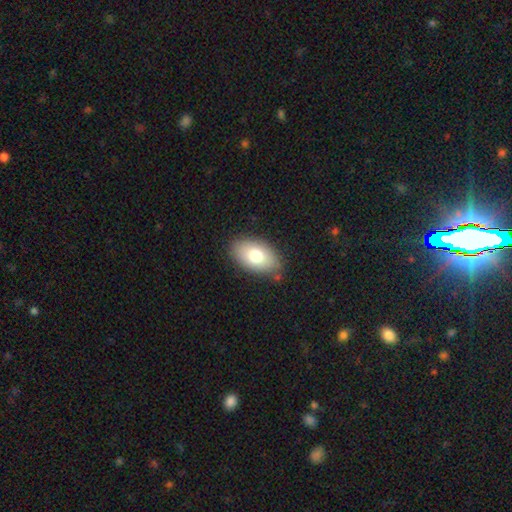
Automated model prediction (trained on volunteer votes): A smooth galaxy with no disk features (76%) that is in between round and cigar-shaped (93%).

Vote fractions:
- Smooth or featured? smooth: 76% / featured or disk: 17% / star or artifact: 7%
- How rounded? in between: 93% / round: 6% / cigar-shaped: 2%
- Merging? none: 81% / minor disturbance: 14% / major disturbance: 3% / merger: 2%